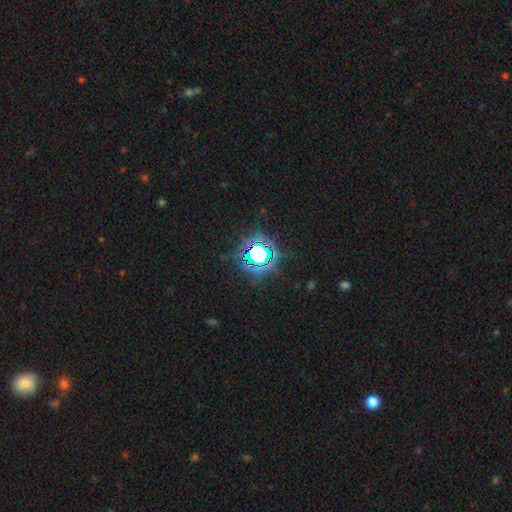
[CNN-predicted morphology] This is likely a star or artifact rather than a galaxy (69%).